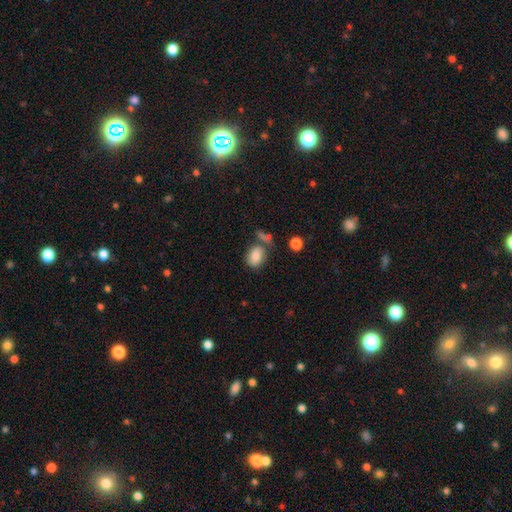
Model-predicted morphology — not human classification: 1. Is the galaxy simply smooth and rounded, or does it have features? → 84% smooth, 9% star or artifact, 7% featured or disk.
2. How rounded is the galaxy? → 77% in between, 22% round, 1% cigar-shaped.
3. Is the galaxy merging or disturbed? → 53% none, 20% merger, 19% minor disturbance, 8% major disturbance.